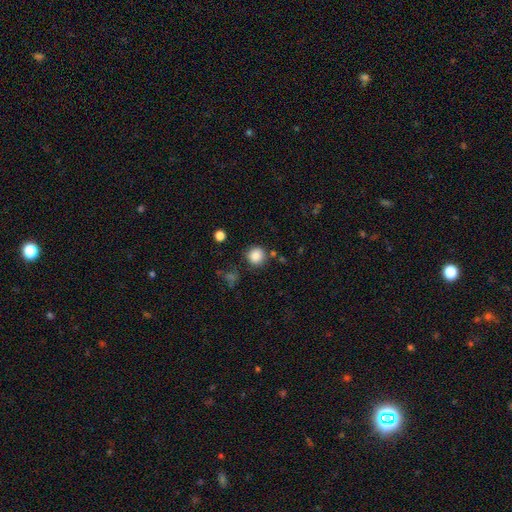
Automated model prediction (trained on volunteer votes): Smooth or featured? Predicted: smooth (p=0.86). How rounded? Predicted: round (p=0.91). Merging? Predicted: none (p=0.80).